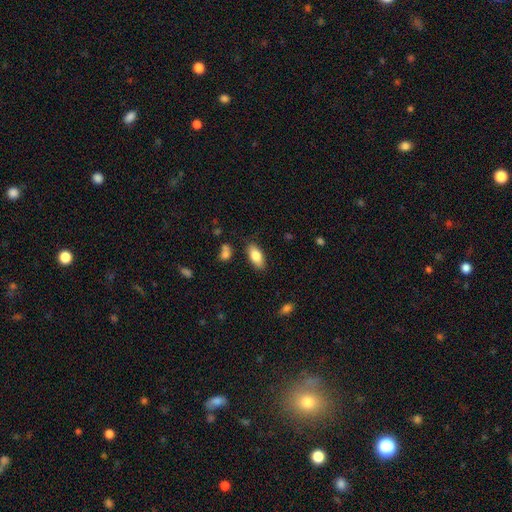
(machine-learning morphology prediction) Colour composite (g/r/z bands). It shows a smooth galaxy with no disk features (83%) that is in between round and cigar-shaped (88%). Merging: none (83%).